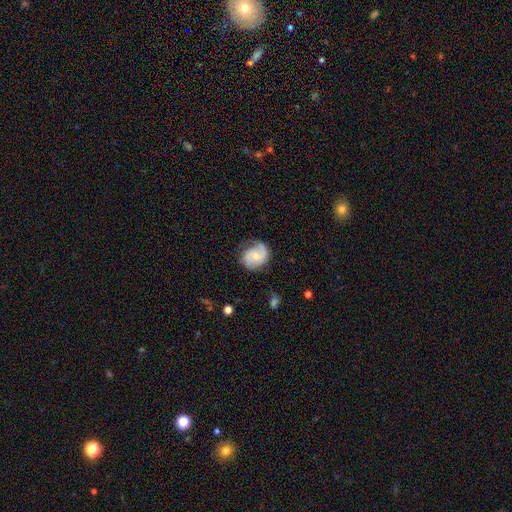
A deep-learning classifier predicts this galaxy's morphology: Smooth or featured: featured or disk — 68% (smooth — 26%)
Edge-on disk: no — 98% (yes — 2%)
Bar: no — 67% (weak — 28%)
Spiral arms: yes — 93% (no — 7%)
Spiral winding: medium — 41% (tight — 38%)
Spiral arm count: 2 — 62% (1 — 26%)
Bulge size: small — 55% (moderate — 37%)
Merging: none — 65% (minor disturbance — 23%)